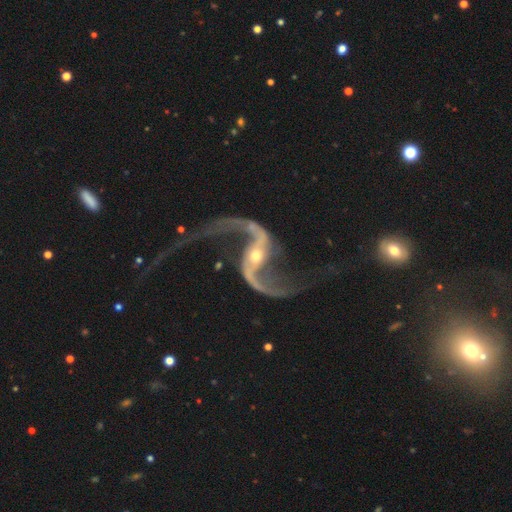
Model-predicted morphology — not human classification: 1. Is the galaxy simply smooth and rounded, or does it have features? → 94% featured or disk, 4% star or artifact, 2% smooth.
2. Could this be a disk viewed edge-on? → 97% no, 3% yes.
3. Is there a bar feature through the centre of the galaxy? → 43% strong, 30% weak, 27% no.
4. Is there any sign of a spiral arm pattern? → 98% yes, 2% no.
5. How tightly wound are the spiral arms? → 87% loose, 10% medium, 3% tight.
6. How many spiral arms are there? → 95% 2, 1% 1, 1% can't tell, 1% 3, 1% 4, 1% more than 4.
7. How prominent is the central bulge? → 60% small, 35% moderate, 2% large, 2% none, 1% dominant.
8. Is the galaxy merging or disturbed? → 62% none, 16% major disturbance, 15% minor disturbance, 6% merger.